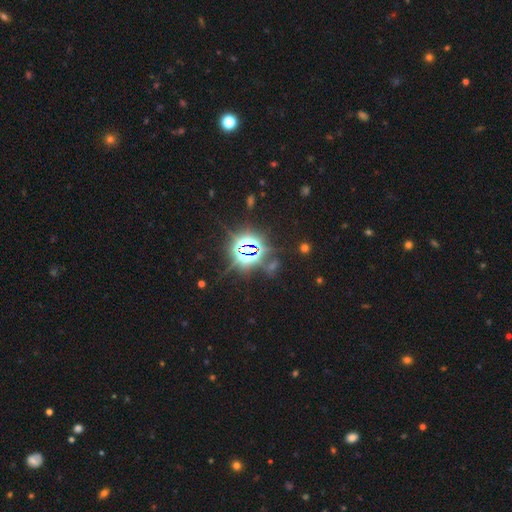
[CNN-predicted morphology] The model was most divided on "smooth or featured": star or artifact: 83%, smooth: 9%, featured or disk: 8%.